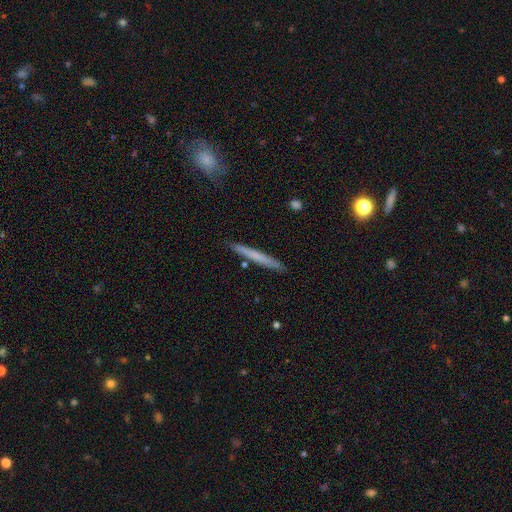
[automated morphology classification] This is likely a smooth galaxy (63%). How rounded: clearly cigar-shaped (97%). Merging: clearly none (89%).